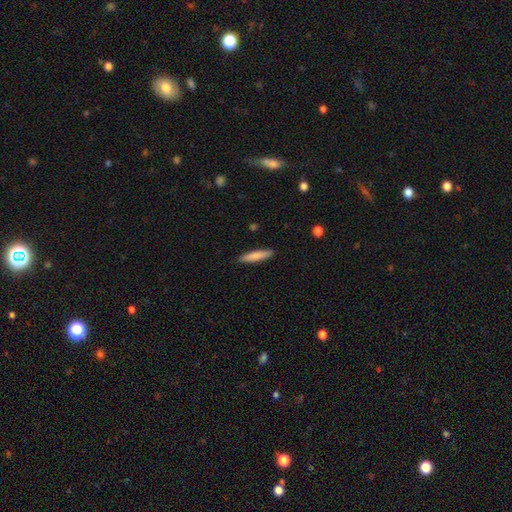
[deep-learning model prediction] smooth_or_featured: smooth (p=0.81) [alt: featured or disk p=0.14]
how_rounded: cigar-shaped (p=0.85) [alt: in between p=0.13]
merging: none (p=0.89) [alt: minor disturbance p=0.08]